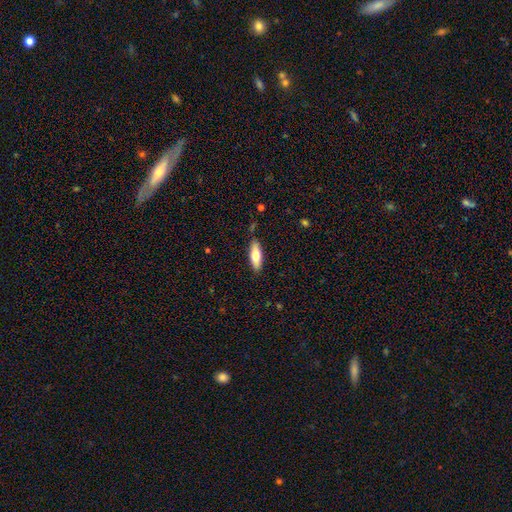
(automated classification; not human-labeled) Smooth or featured? Predicted: smooth (p=0.69). How rounded? Predicted: in between (p=0.53). Merging? Predicted: none (p=0.85).